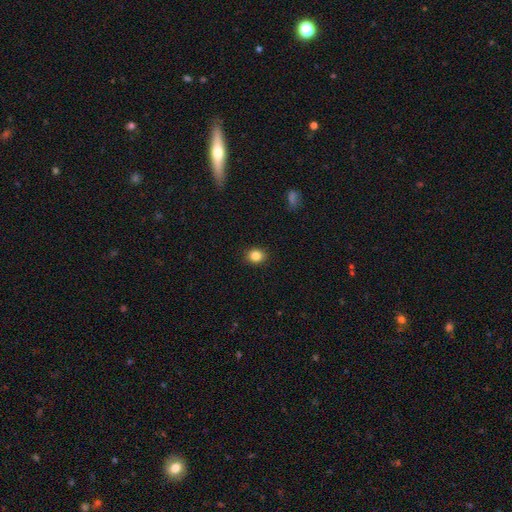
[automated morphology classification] Q: Smooth or featured?
A: smooth (84%); runner-up: star or artifact (11%)
Q: How rounded?
A: round (71%); runner-up: in between (29%)
Q: Merging?
A: none (91%); runner-up: minor disturbance (7%)